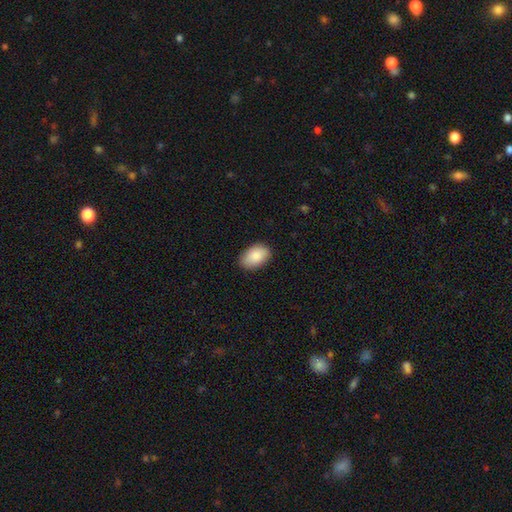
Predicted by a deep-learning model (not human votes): smooth 89%, star or artifact 6%, featured or disk 5%. Down the decision tree: how rounded — in between (90%); merging — none (86%).